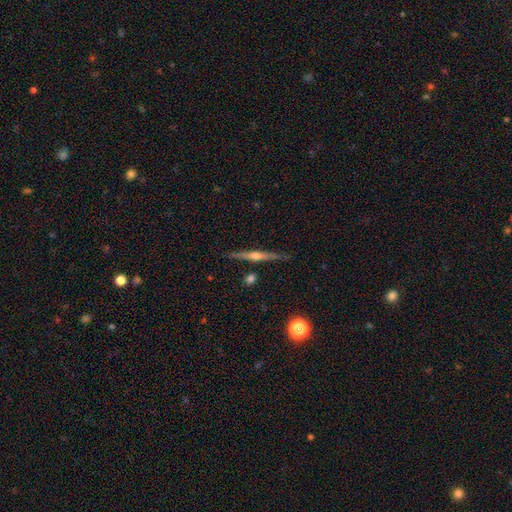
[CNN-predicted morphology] Smooth or featured? featured or disk (75%)
Edge-on disk? yes (98%)
Edge-on bulge? rounded (86%)
Merging? none (88%)